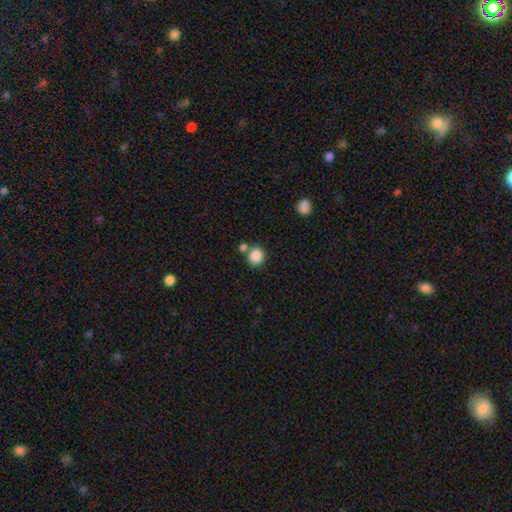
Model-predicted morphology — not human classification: Smooth or featured: smooth — 87% (star or artifact — 9%)
How rounded: round — 78% (in between — 21%)
Merging: none — 67% (merger — 20%)